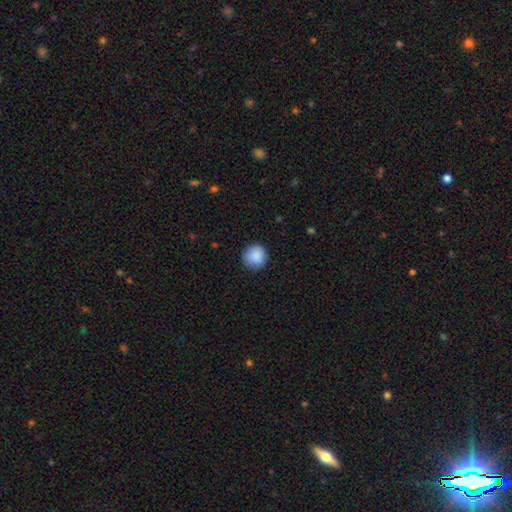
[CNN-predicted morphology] Smooth or featured? Predicted: smooth (p=0.89). How rounded? Predicted: round (p=0.90). Merging? Predicted: none (p=0.86).